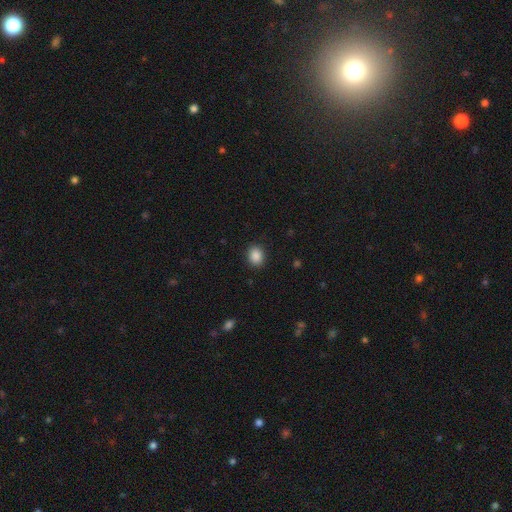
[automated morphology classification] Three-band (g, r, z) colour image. It shows a smooth galaxy with no disk features (88%) that is in between round and cigar-shaped (51%). Merging: none (90%).